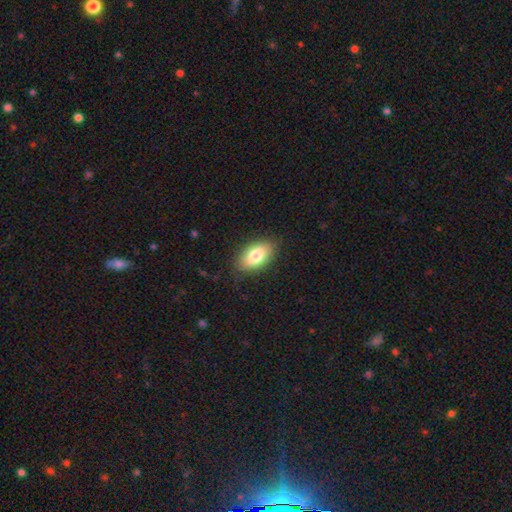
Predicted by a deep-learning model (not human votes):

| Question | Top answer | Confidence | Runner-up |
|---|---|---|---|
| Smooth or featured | smooth | 81% | featured or disk (12%) |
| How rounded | in between | 92% | round (5%) |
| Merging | none | 83% | minor disturbance (13%) |